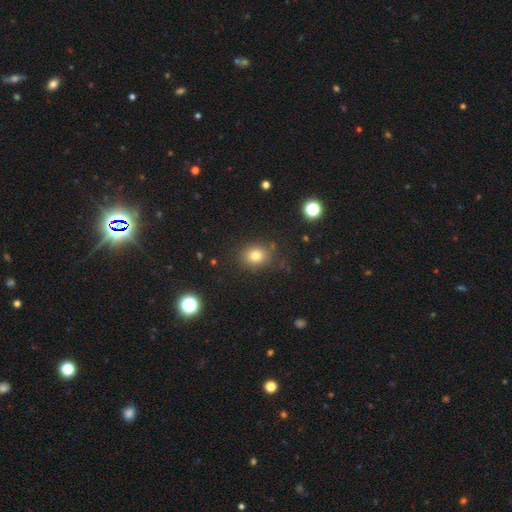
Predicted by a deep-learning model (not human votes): Q: Smooth or featured?
A: smooth (78%); runner-up: star or artifact (14%)
Q: How rounded?
A: round (63%); runner-up: in between (36%)
Q: Merging?
A: none (82%); runner-up: minor disturbance (11%)